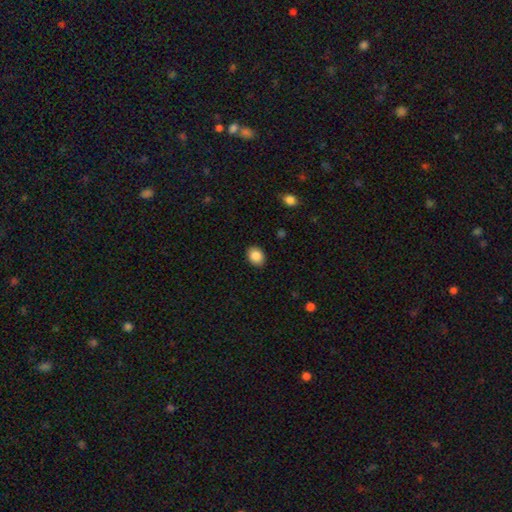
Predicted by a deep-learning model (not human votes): Smooth or featured? Predicted: smooth (p=0.87). How rounded? Predicted: in between (p=0.56). Merging? Predicted: none (p=0.89).